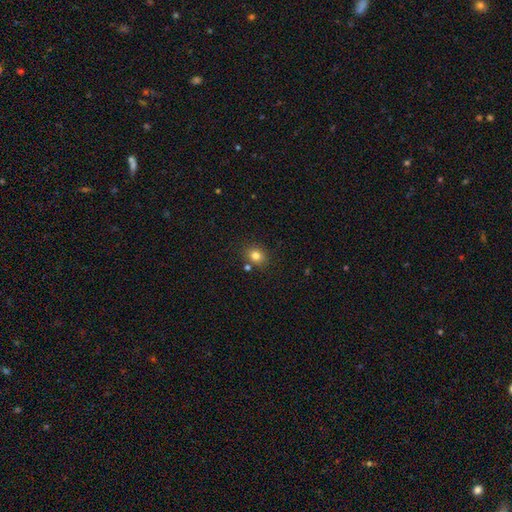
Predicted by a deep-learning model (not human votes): Smooth or featured?
  - smooth: 81% *
  - star or artifact: 12%
  - featured or disk: 7%
How rounded?
  - round: 62% *
  - in between: 38%
  - cigar-shaped: 1%
Merging?
  - none: 78% *
  - minor disturbance: 11%
  - merger: 8%
  - major disturbance: 3%